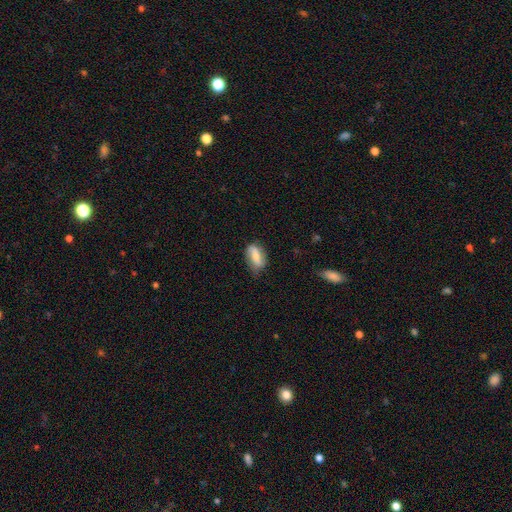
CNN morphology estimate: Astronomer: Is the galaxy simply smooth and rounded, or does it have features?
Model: smooth — 58% (runner-up: featured or disk, 35%).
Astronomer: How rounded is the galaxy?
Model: in between — 85%.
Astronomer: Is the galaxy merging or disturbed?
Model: none — 66%.